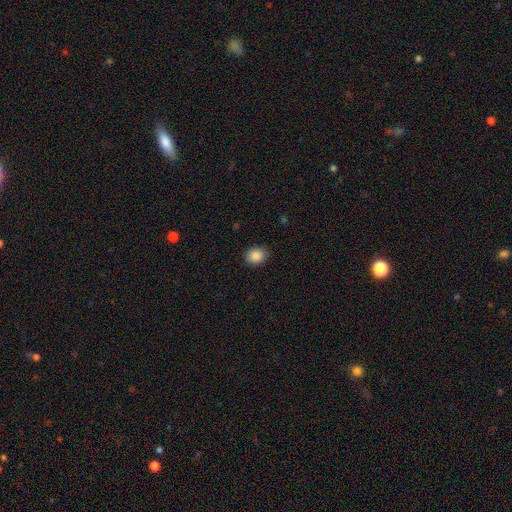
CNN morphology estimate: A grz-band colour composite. It shows a smooth galaxy with no disk features (88%) that is round (62%). Merging: none (87%).